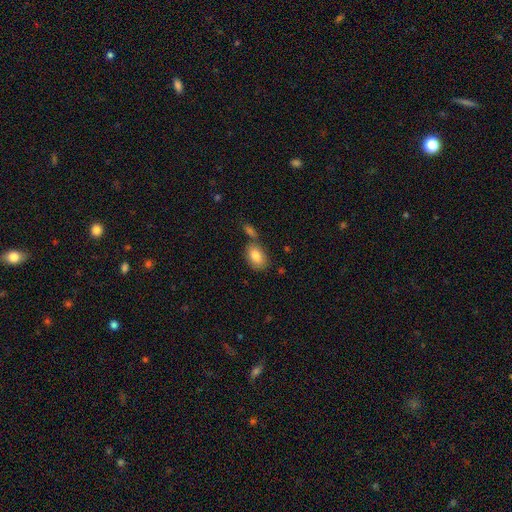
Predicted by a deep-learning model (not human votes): Smooth or featured? Predicted: smooth (p=0.82). How rounded? Predicted: in between (p=0.87). Merging? Predicted: none (p=0.63).